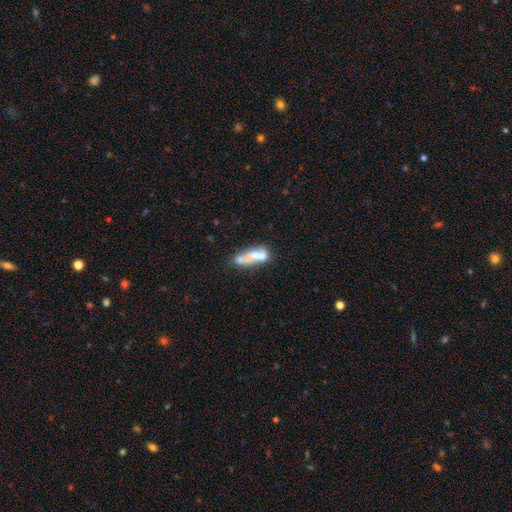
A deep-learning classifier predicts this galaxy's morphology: smooth_or_featured: smooth (p=0.48) [alt: featured or disk p=0.43]
merging: merger (p=0.47) [alt: none p=0.25]